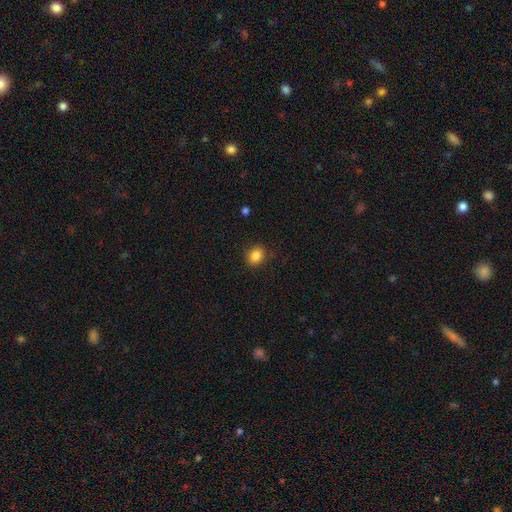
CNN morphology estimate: smooth 86%, star or artifact 10%, featured or disk 4%. Down the decision tree: how rounded — round (55%); merging — none (87%).